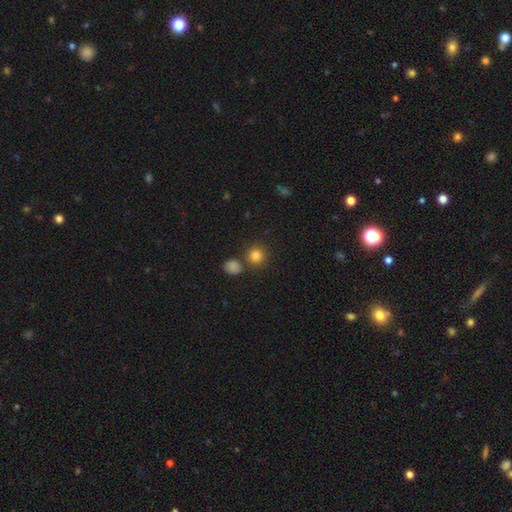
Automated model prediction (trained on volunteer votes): Smooth or featured? smooth (83%)
How rounded? round (90%)
Merging? none (75%)